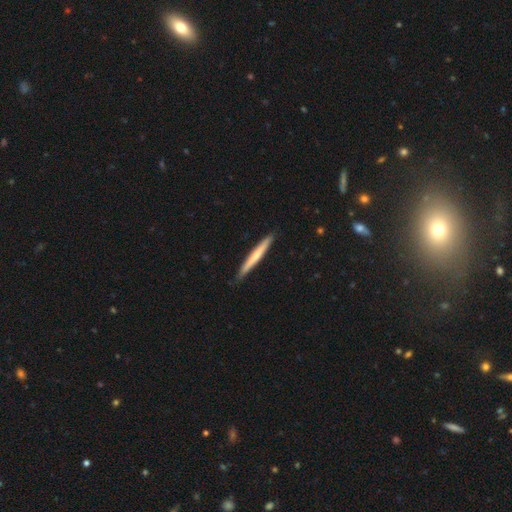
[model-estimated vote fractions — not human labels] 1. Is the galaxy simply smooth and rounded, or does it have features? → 58% smooth, 38% featured or disk, 5% star or artifact.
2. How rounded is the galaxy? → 97% cigar-shaped, 2% in between, 1% round.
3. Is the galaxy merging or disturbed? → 89% none, 8% minor disturbance, 1% major disturbance, 1% merger.